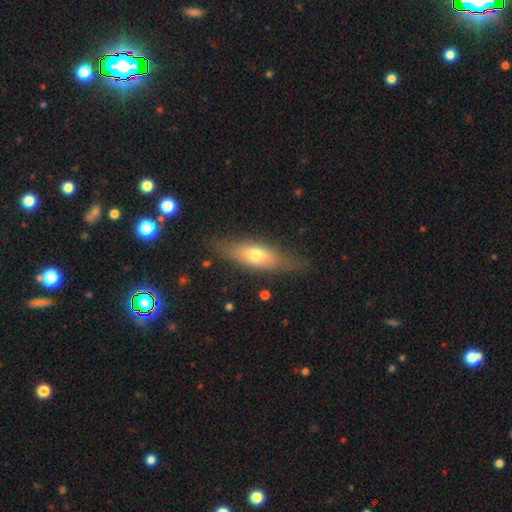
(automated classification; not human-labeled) This appears to be a smooth galaxy with no disk features (62%) that is in between round and cigar-shaped (61%). Merging: none (72%).